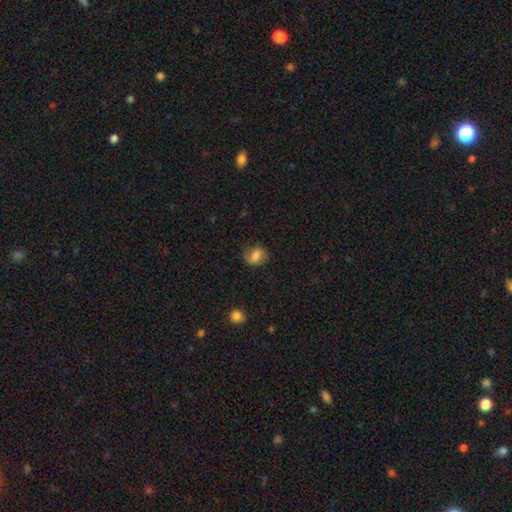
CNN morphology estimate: Overall: smooth (71%). How rounded: in between (53%; round 46%). Merging: none (70%).